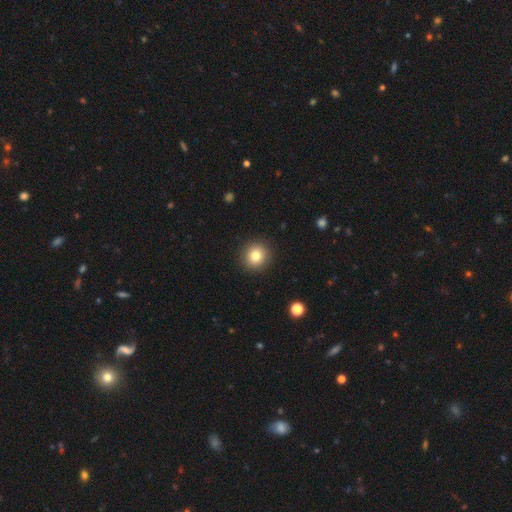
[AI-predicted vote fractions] smooth 80%, star or artifact 11%, featured or disk 9%. Down the decision tree: how rounded — round (93%); merging — none (92%).